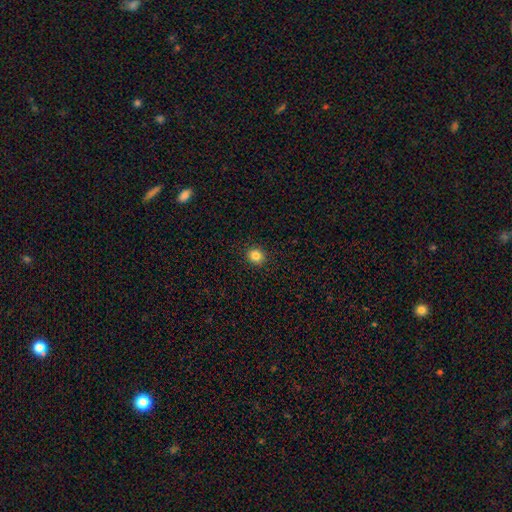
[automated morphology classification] A smooth galaxy with no disk features (84%) that is round (85%).

Vote fractions:
- Smooth or featured? smooth: 84% / star or artifact: 11% / featured or disk: 5%
- How rounded? round: 85% / in between: 14% / cigar-shaped: 1%
- Merging? none: 92% / minor disturbance: 5% / major disturbance: 2% / merger: 1%